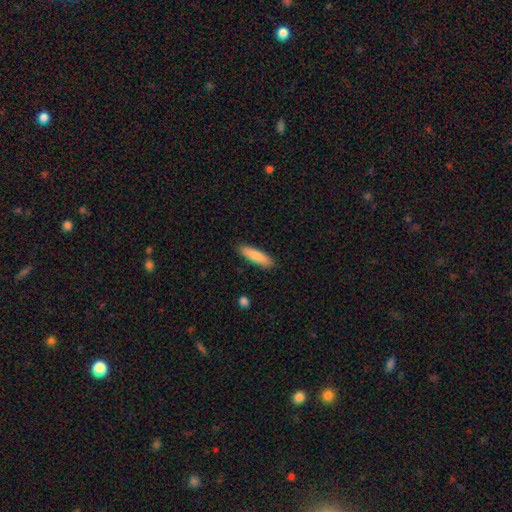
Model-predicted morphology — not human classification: Smooth or featured: smooth — 85% (featured or disk — 9%)
How rounded: cigar-shaped — 70% (in between — 29%)
Merging: none — 88% (minor disturbance — 9%)